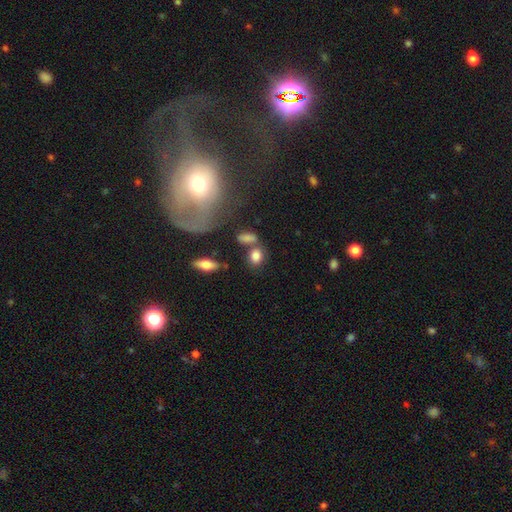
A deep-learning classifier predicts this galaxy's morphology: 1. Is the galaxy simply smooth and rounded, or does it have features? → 82% smooth, 10% star or artifact, 9% featured or disk.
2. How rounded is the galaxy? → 61% in between, 35% round, 3% cigar-shaped.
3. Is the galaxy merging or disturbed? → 59% none, 21% merger, 14% minor disturbance, 6% major disturbance.